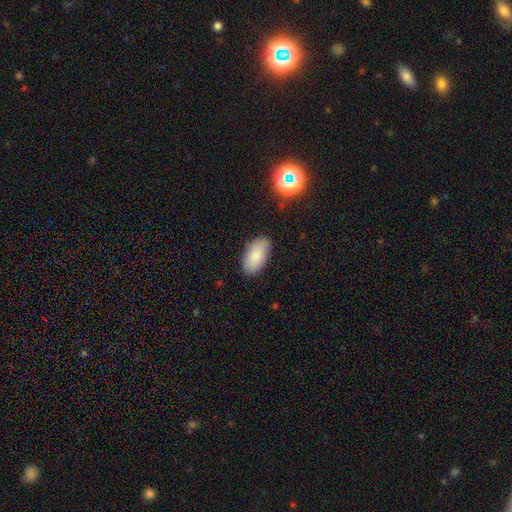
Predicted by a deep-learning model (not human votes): A smooth galaxy with no disk features (85%) that is in between round and cigar-shaped (95%).

Vote fractions:
- Smooth or featured? smooth: 85% / star or artifact: 7% / featured or disk: 7%
- How rounded? in between: 95% / cigar-shaped: 3% / round: 3%
- Merging? none: 87% / minor disturbance: 10% / major disturbance: 2% / merger: 1%